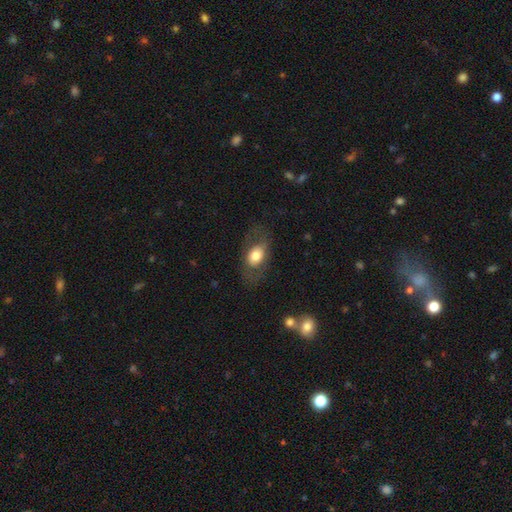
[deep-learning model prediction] smooth 65%, featured or disk 28%, star or artifact 7%. Down the decision tree: how rounded — in between (83%); merging — none (69%).